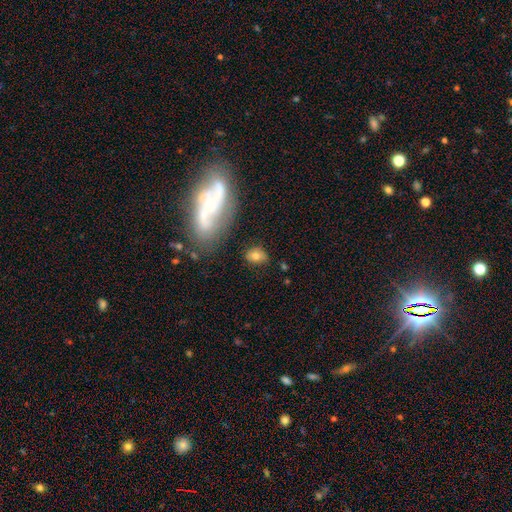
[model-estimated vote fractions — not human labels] This is likely a smooth galaxy (69%). How rounded: likely in between (65%). Merging: likely none (77%).